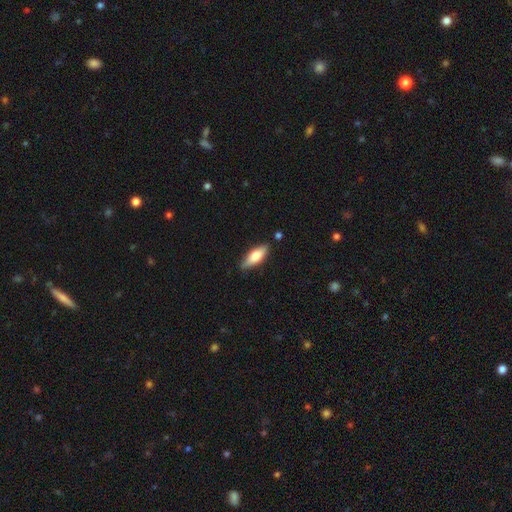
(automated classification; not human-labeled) smooth-or-featured: smooth: 64% | featured or disk: 30% | star or artifact: 6%
  how-rounded: in between: 69% | cigar-shaped: 29% | round: 2%
  merging: none: 84% | minor disturbance: 12% | merger: 2% | major disturbance: 2%